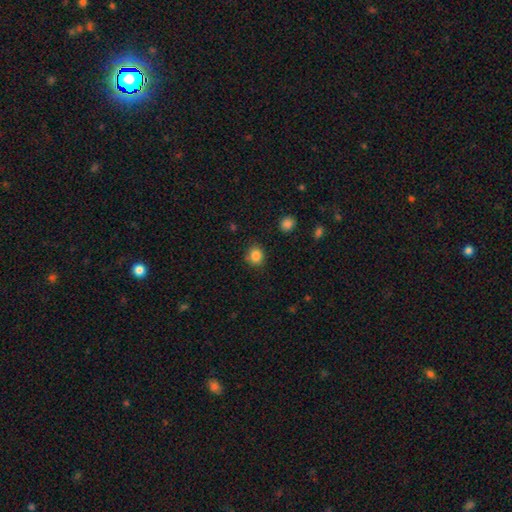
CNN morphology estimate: The model was most divided on "how rounded": round: 76%, in between: 23%, cigar-shaped: 1%. More confident: smooth or featured — smooth (85%); merging — none (84%).